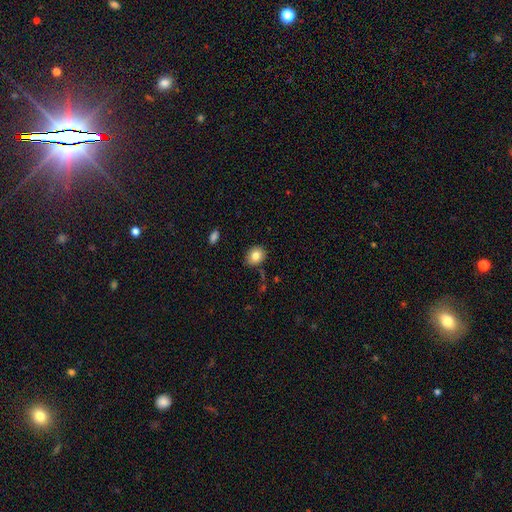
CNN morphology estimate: A smooth galaxy with no disk features (83%) that is round (55%). Merging: none (83%).